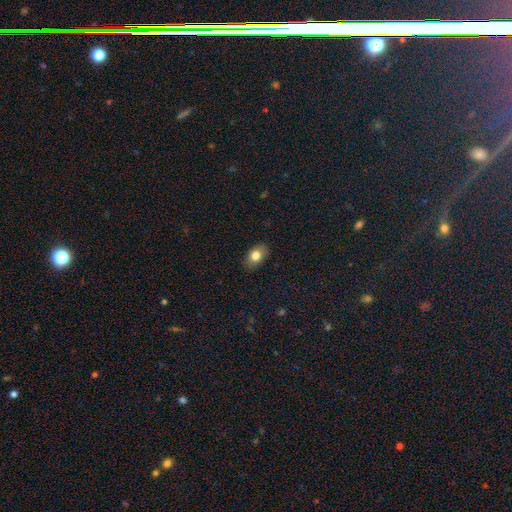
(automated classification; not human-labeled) A smooth galaxy with no disk features (80%) that is in between round and cigar-shaped (83%).

Vote fractions:
- Smooth or featured? smooth: 80% / featured or disk: 12% / star or artifact: 8%
- How rounded? in between: 83% / round: 15% / cigar-shaped: 1%
- Merging? none: 86% / minor disturbance: 11% / major disturbance: 2% / merger: 1%